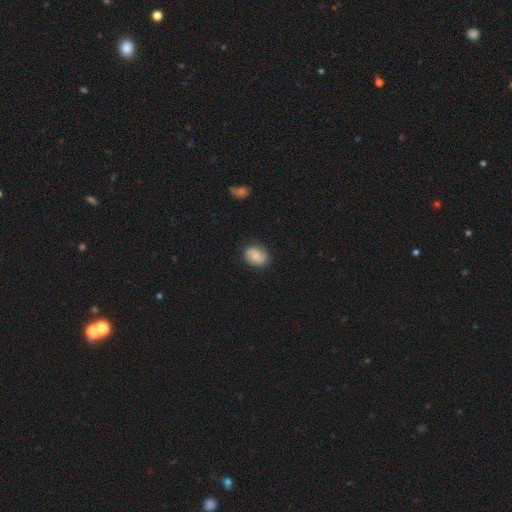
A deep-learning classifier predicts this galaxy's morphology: Smooth or featured?
  - smooth: 65% *
  - featured or disk: 27%
  - star or artifact: 8%
How rounded?
  - in between: 60% *
  - round: 39%
  - cigar-shaped: 1%
Merging?
  - none: 80% *
  - minor disturbance: 15%
  - major disturbance: 4%
  - merger: 1%